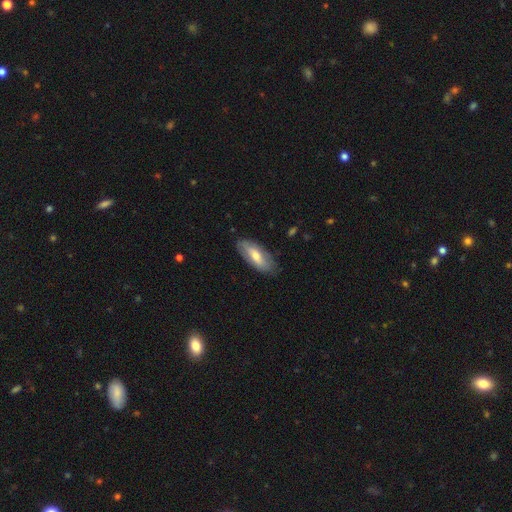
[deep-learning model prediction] This is possibly a smooth galaxy (56%). How rounded: likely in between (80%). Merging: likely none (79%).